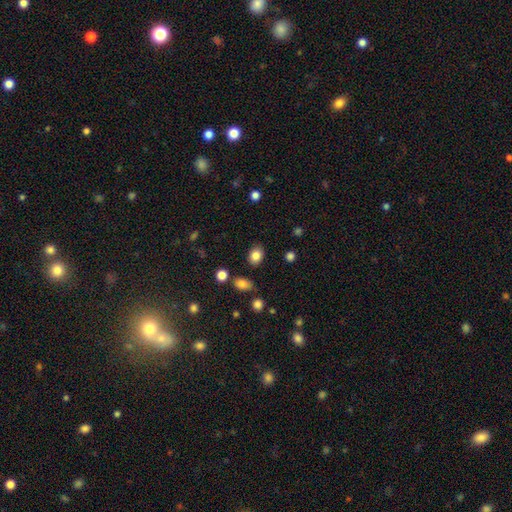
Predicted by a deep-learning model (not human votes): smooth 84%, star or artifact 10%, featured or disk 7%. Down the decision tree: how rounded — in between (61%); merging — none (84%).